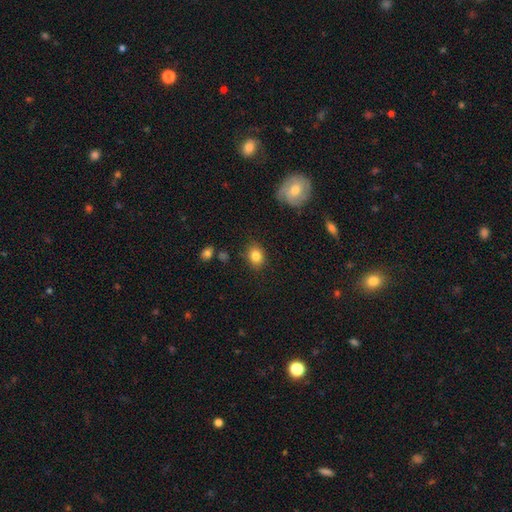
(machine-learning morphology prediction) smooth 84%, star or artifact 10%, featured or disk 7%. Down the decision tree: how rounded — round (53%); merging — none (83%).